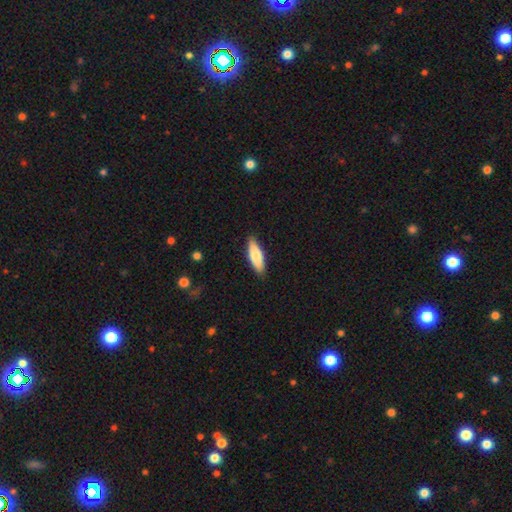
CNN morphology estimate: Smooth or featured?
  - smooth: 73% *
  - featured or disk: 22%
  - star or artifact: 5%
How rounded?
  - cigar-shaped: 50% *
  - in between: 48%
  - round: 2%
Merging?
  - none: 89% *
  - minor disturbance: 8%
  - major disturbance: 2%
  - merger: 1%